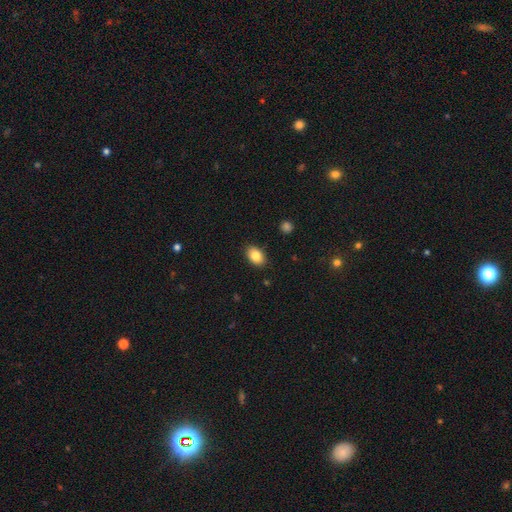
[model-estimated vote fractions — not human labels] This appears to be a smooth galaxy with no disk features (84%) that is in between round and cigar-shaped (85%). Merging: none (88%).